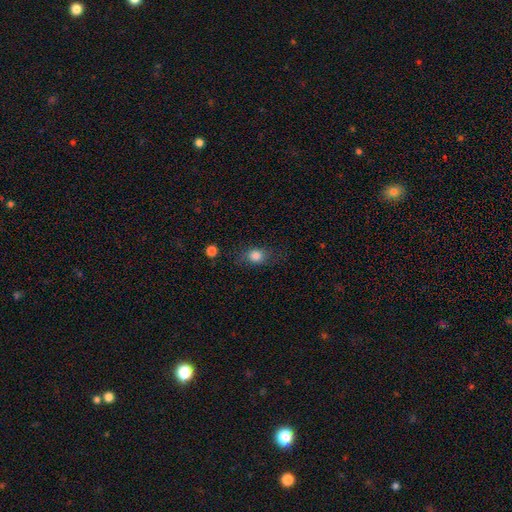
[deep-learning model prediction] The model was most divided on "how rounded": round: 53%, in between: 45%, cigar-shaped: 2%. More confident: smooth or featured — smooth (82%); merging — none (70%).